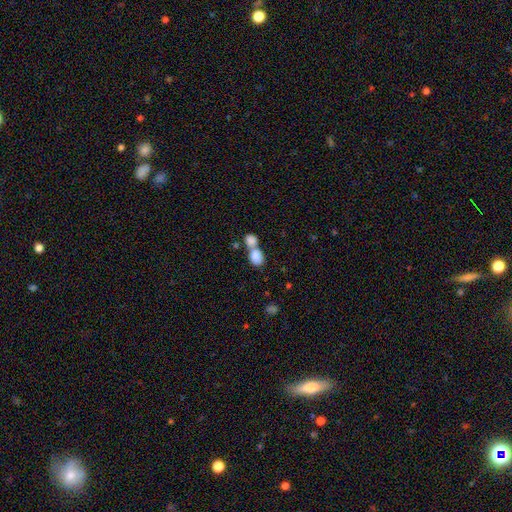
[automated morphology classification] smooth-or-featured: smooth: 83% | featured or disk: 9% | star or artifact: 8%
  how-rounded: in between: 65% | round: 33% | cigar-shaped: 2%
  merging: merger: 68% | none: 23% | minor disturbance: 6% | major disturbance: 4%